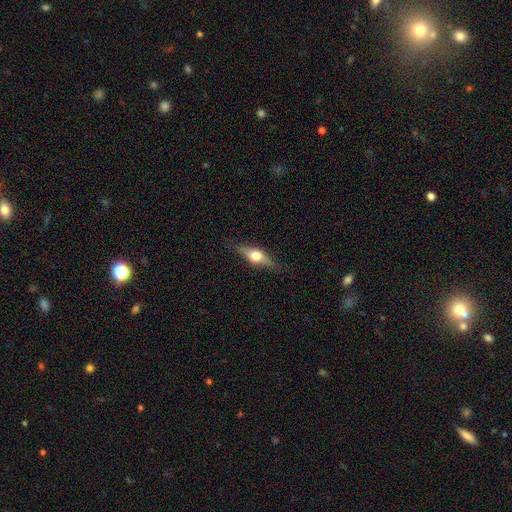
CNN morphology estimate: Smooth or featured? Predicted: featured or disk (p=0.59). Edge-on disk? Predicted: yes (p=0.94). Edge-on bulge? Predicted: rounded (p=0.95). Merging? Predicted: none (p=0.83).